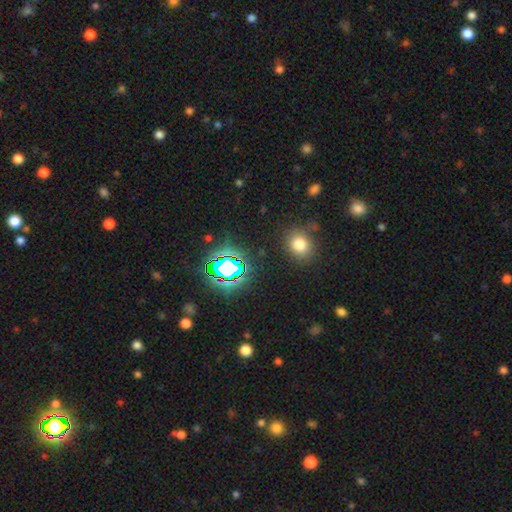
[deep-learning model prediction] Smooth or featured: star or artifact — 56% (smooth — 36%)